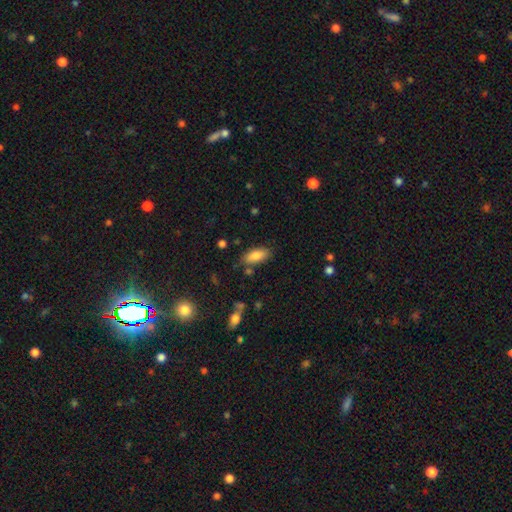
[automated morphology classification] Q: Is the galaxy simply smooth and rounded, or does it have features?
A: smooth — 85%.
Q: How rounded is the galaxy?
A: in between — 84%.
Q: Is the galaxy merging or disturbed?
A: none — 78%.